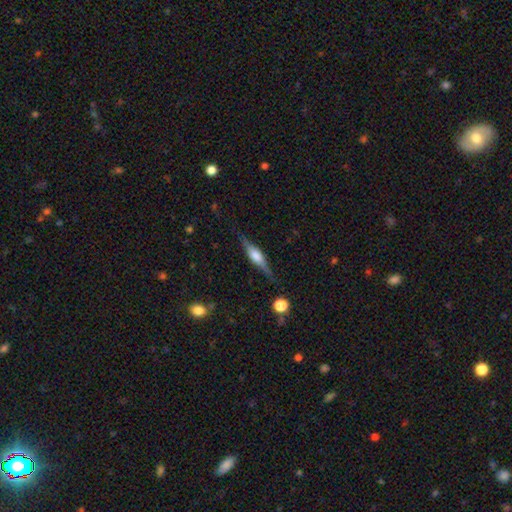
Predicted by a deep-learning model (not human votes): A featured or disk galaxy (70%) viewed edge-on (96%) with a rounded central bulge (72%).

Vote fractions:
- Smooth or featured? featured or disk: 70% / smooth: 24% / star or artifact: 7%
- Edge-on disk? yes: 96% / no: 4%
- Edge-on bulge? rounded: 72% / boxy: 24% / none: 4%
- Merging? none: 84% / minor disturbance: 12% / major disturbance: 3% / merger: 2%